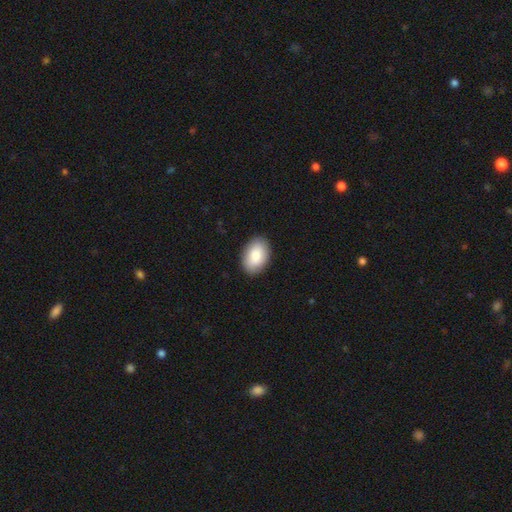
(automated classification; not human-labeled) The model was most divided on "smooth or featured": smooth: 85%, featured or disk: 9%, star or artifact: 6%. More confident: merging — none (89%); how rounded — in between (89%).